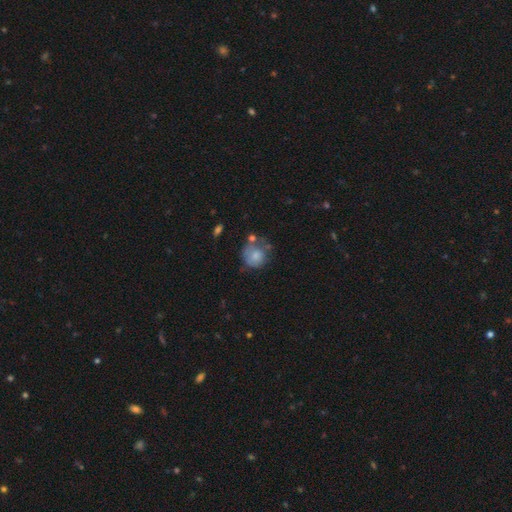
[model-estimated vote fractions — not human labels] smooth_or_featured: smooth (p=0.68) [alt: featured or disk p=0.23]
how_rounded: round (p=0.79) [alt: in between p=0.20]
merging: none (p=0.42) [alt: minor disturbance p=0.28]